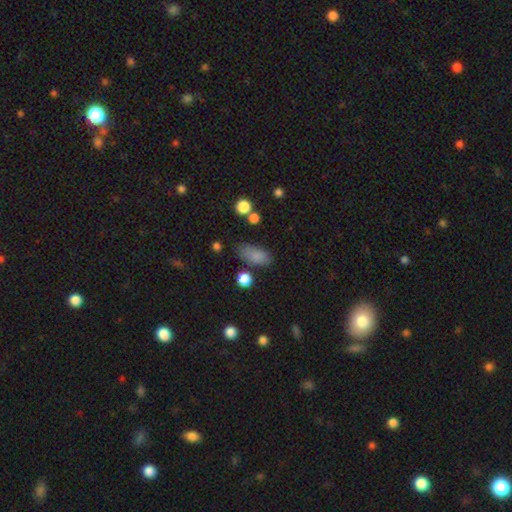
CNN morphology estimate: smooth-or-featured: smooth: 82% | star or artifact: 10% | featured or disk: 9%
  how-rounded: in between: 86% | cigar-shaped: 8% | round: 6%
  merging: none: 68% | minor disturbance: 20% | major disturbance: 6% | merger: 5%